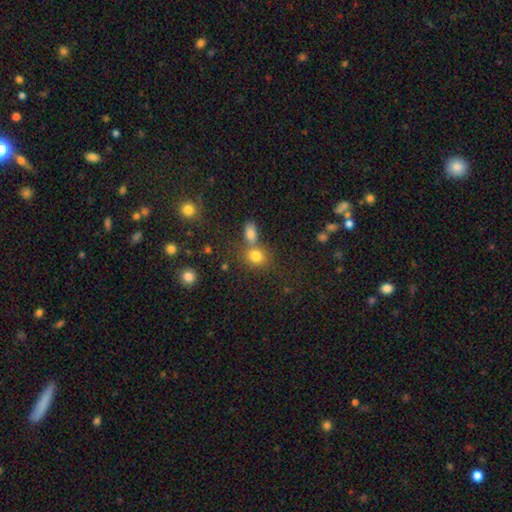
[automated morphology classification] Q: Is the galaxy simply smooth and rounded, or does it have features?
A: smooth — 79%.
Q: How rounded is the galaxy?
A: round — 62%.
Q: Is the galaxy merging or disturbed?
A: none — 50%.